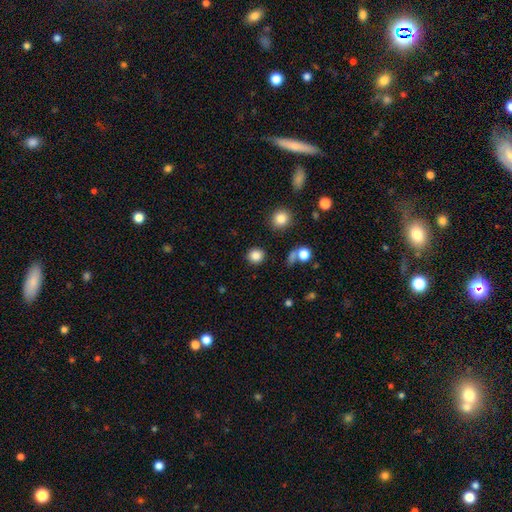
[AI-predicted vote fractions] A smooth galaxy with no disk features (85%) that is round (89%). Merging: none (88%).